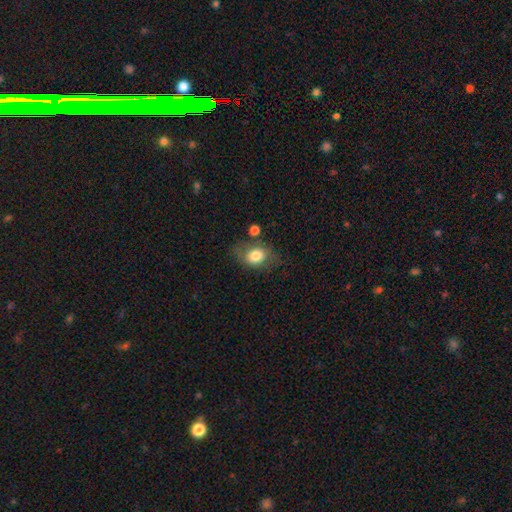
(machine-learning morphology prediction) smooth_or_featured: smooth (p=0.76) [alt: featured or disk p=0.16]
how_rounded: in between (p=0.66) [alt: round p=0.33]
merging: none (p=0.57) [alt: minor disturbance p=0.22]